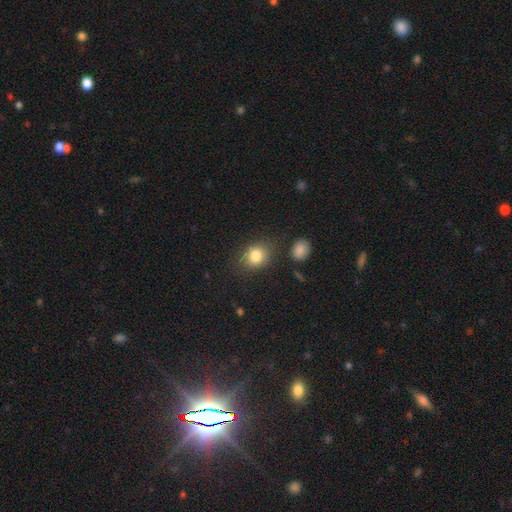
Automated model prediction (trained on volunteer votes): smooth_or_featured: smooth (p=0.83) [alt: star or artifact p=0.10]
how_rounded: round (p=0.61) [alt: in between p=0.38]
merging: none (p=0.75) [alt: minor disturbance p=0.15]